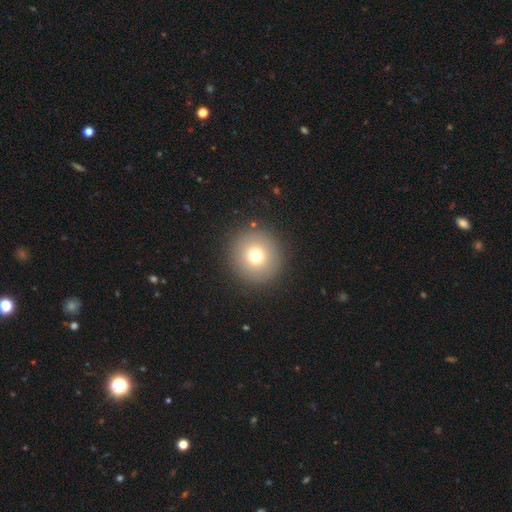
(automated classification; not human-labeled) Overall: smooth (73%). How rounded: round (95%). Merging: none (90%).